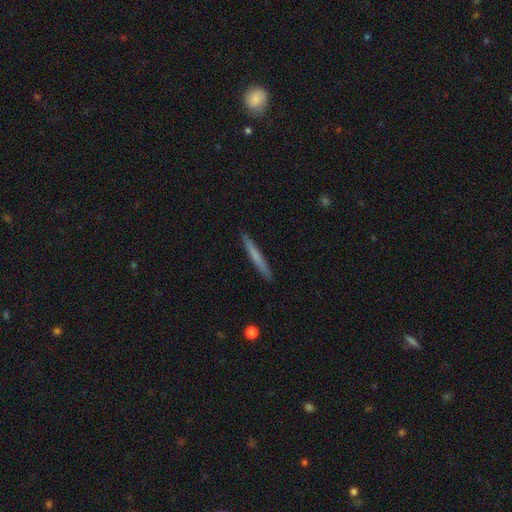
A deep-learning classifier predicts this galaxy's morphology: This is likely a smooth galaxy (63%). How rounded: clearly cigar-shaped (97%). Merging: clearly none (92%).